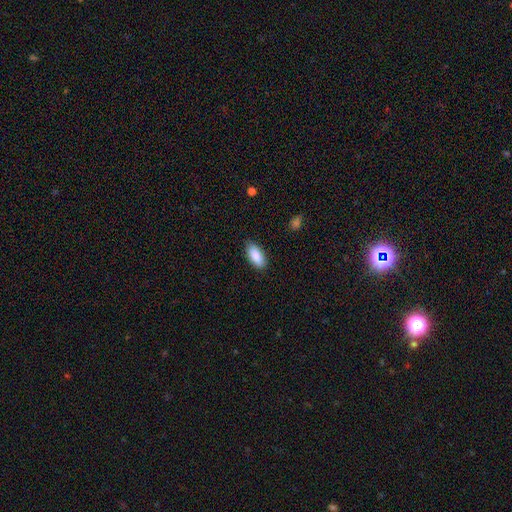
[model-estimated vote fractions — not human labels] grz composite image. It shows a smooth galaxy with no disk features (89%) that is in between round and cigar-shaped (88%). Merging: none (86%).